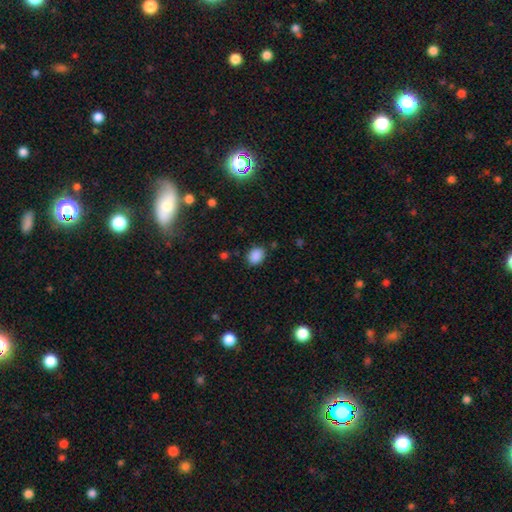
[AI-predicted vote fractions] Morphology: type=smooth (87%); roundness=in between (64%); merging=none (82%).